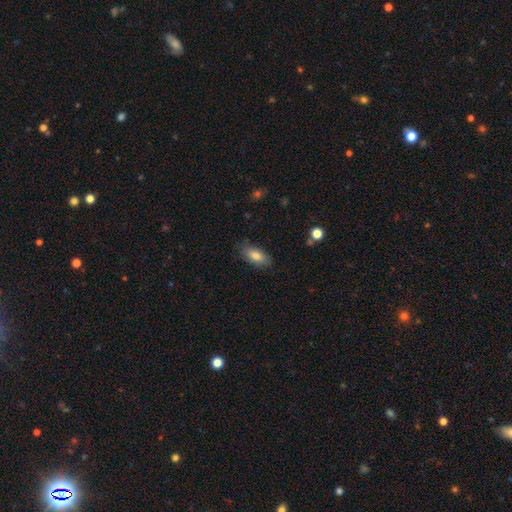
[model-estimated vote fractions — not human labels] smooth 82%, featured or disk 11%, star or artifact 7%. Down the decision tree: how rounded — in between (86%); merging — none (82%).